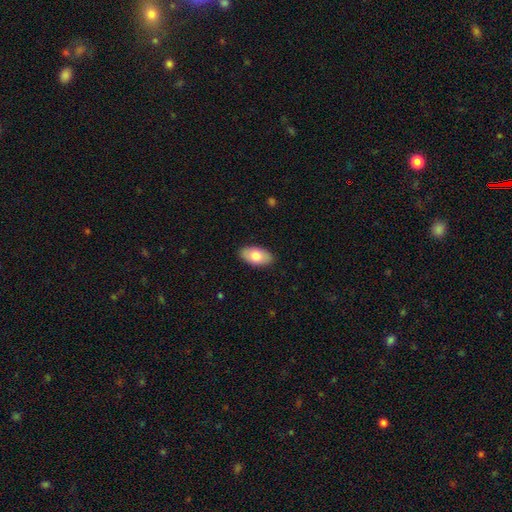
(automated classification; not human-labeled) This is likely a smooth galaxy (77%). How rounded: clearly in between (95%). Merging: clearly none (88%).